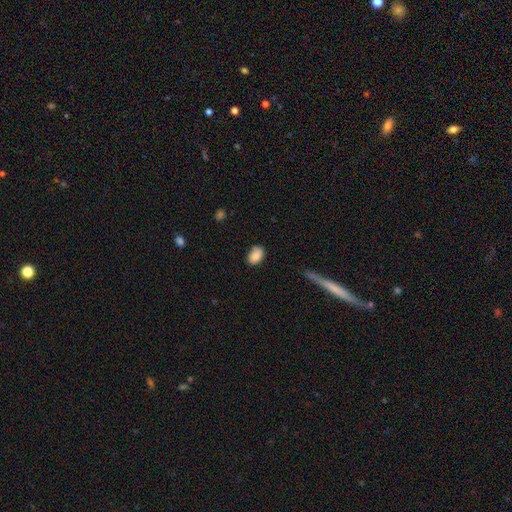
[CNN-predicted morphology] The model was most divided on "merging": none: 77%, minor disturbance: 18%, major disturbance: 3%, merger: 2%. More confident: smooth or featured — smooth (86%); how rounded — in between (85%).